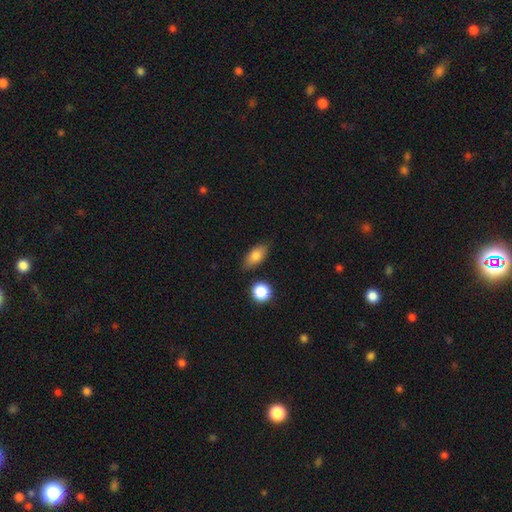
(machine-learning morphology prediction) Q: Smooth or featured?
A: smooth (79%); runner-up: featured or disk (13%)
Q: How rounded?
A: in between (82%); runner-up: cigar-shaped (10%)
Q: Merging?
A: none (79%); runner-up: minor disturbance (14%)